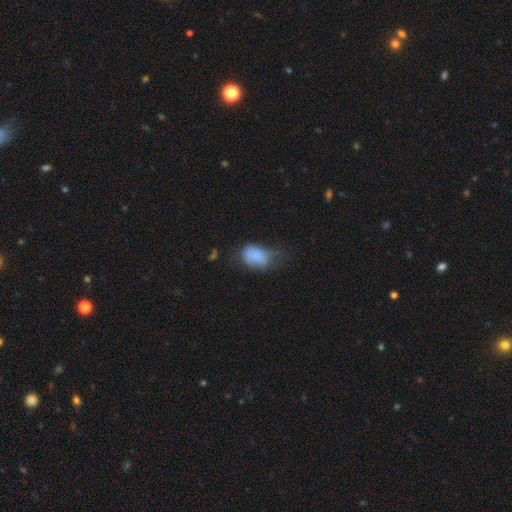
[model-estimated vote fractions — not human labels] Smooth or featured? Predicted: smooth (p=0.76). How rounded? Predicted: in between (p=0.86). Merging? Predicted: minor disturbance (p=0.36).